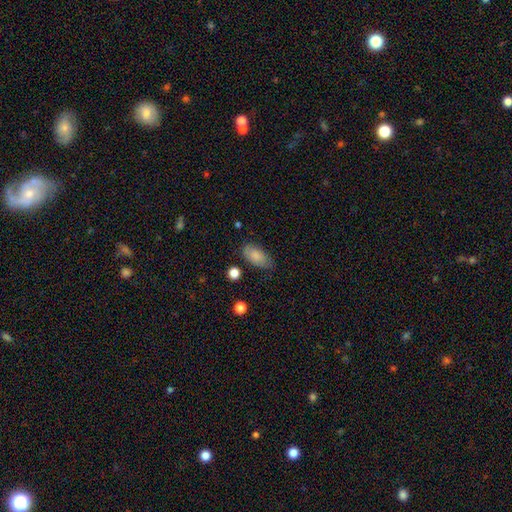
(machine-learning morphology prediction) Overall: smooth (79%). How rounded: in between (93%). Merging: none (72%).